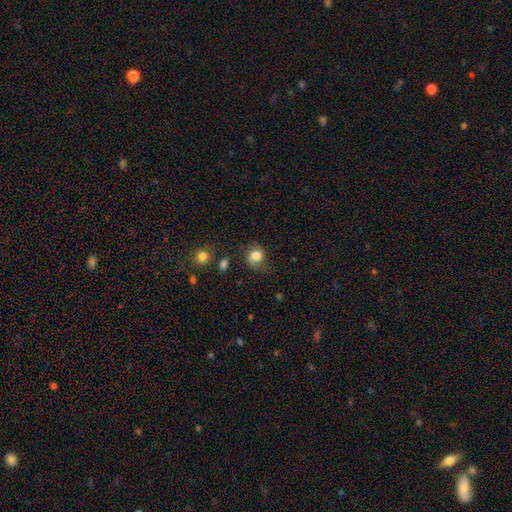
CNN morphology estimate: The model was most divided on "merging": none: 64%, minor disturbance: 24%, major disturbance: 10%, merger: 3%. More confident: smooth or featured — smooth (81%); how rounded — round (74%).